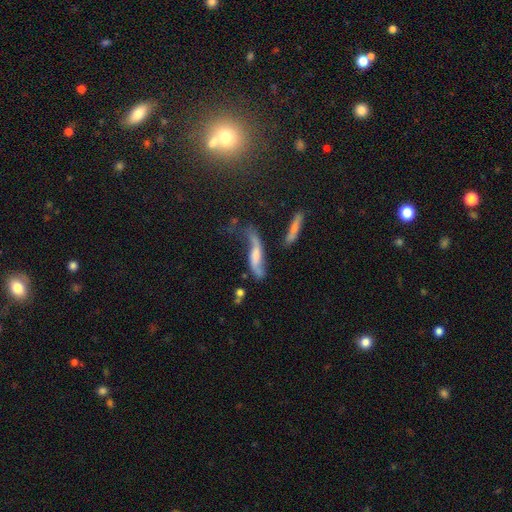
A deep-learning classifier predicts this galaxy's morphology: A featured or disk galaxy (64%). Merging: none (35%).